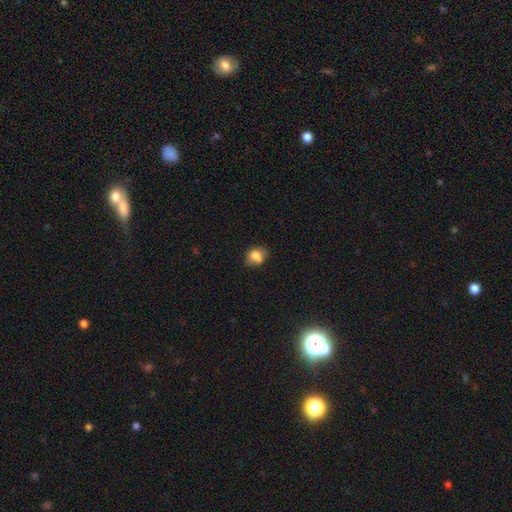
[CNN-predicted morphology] smooth-or-featured: smooth: 74% | featured or disk: 16% | star or artifact: 10%
  how-rounded: round: 54% | in between: 44% | cigar-shaped: 1%
  merging: none: 52% | minor disturbance: 27% | merger: 13% | major disturbance: 9%